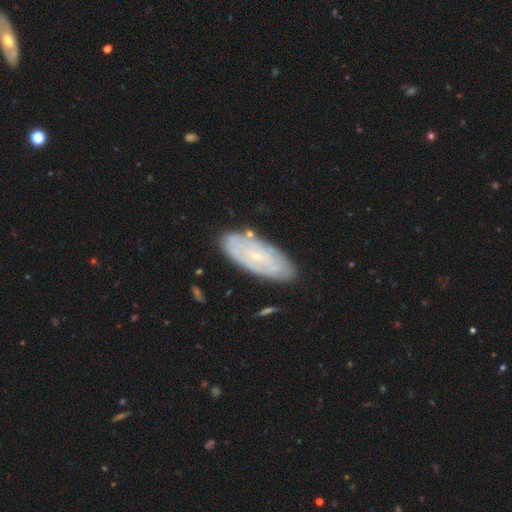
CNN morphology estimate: The model was most divided on "smooth or featured": featured or disk: 64%, smooth: 30%, star or artifact: 7%. More confident: edge-on disk — no (89%); bulge size — small (82%); merging — none (81%); bar — no (72%); spiral arms — yes (70%).